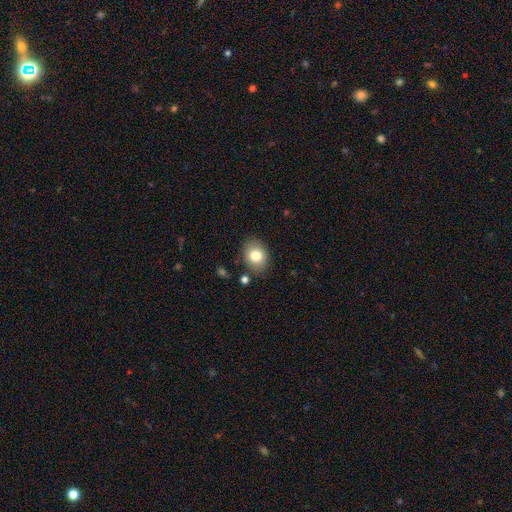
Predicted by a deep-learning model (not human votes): smooth 80%, featured or disk 11%, star or artifact 9%. Down the decision tree: how rounded — in between (55%); merging — none (83%).